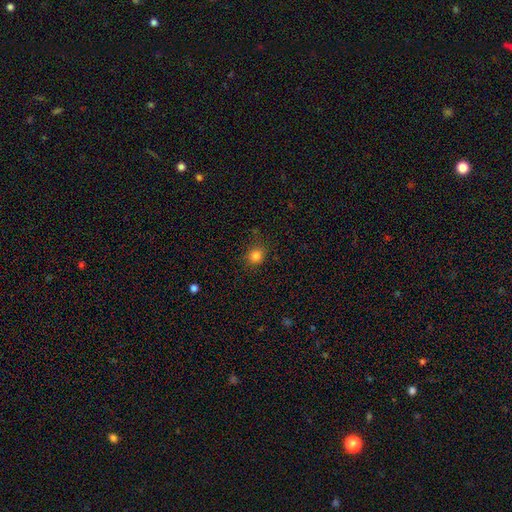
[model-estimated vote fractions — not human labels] This appears to be a smooth galaxy with no disk features (83%) that is round (82%). Merging: none (83%).